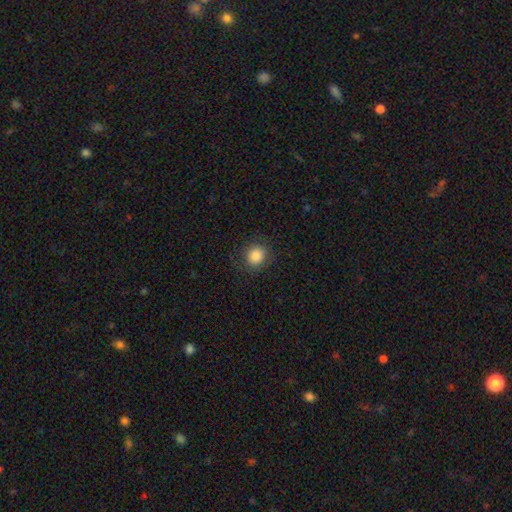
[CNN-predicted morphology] A smooth galaxy with no disk features (86%) that is round (84%). Merging: none (87%).